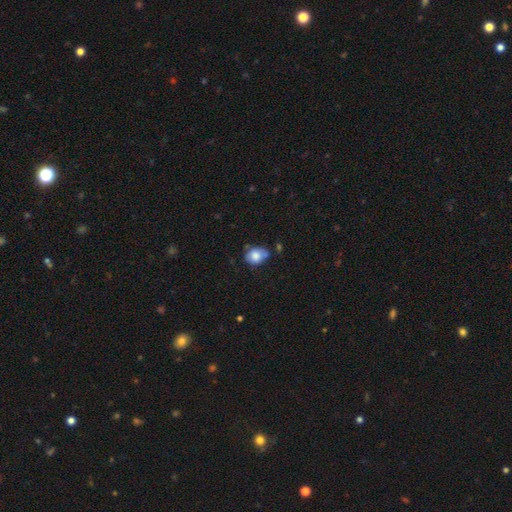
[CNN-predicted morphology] smooth_or_featured: smooth (p=0.78) [alt: featured or disk p=0.14]
how_rounded: in between (p=0.50) [alt: round p=0.49]
merging: none (p=0.47) [alt: minor disturbance p=0.33]